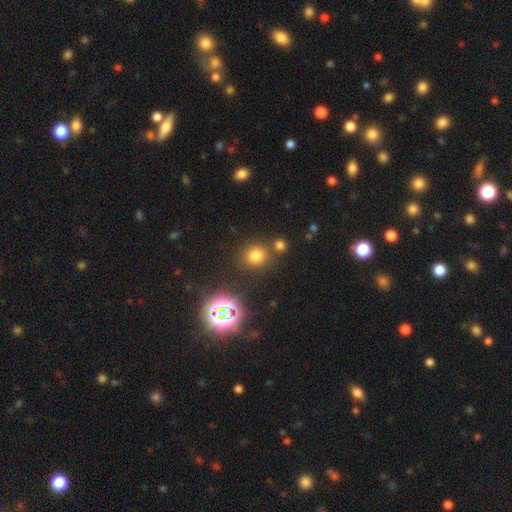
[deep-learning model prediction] smooth-or-featured: smooth: 71% | star or artifact: 22% | featured or disk: 7%
  how-rounded: round: 80% | in between: 19% | cigar-shaped: 1%
  merging: none: 78% | merger: 9% | minor disturbance: 9% | major disturbance: 4%